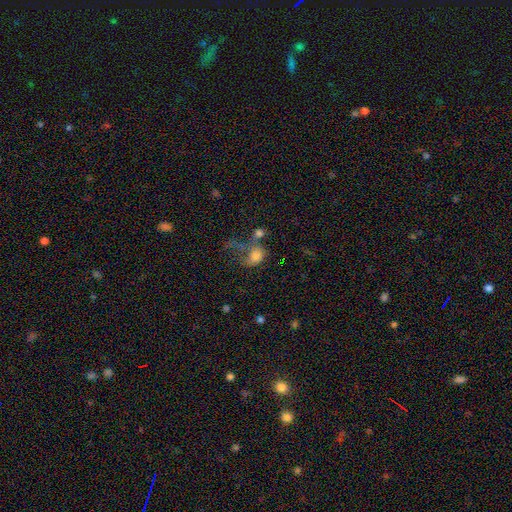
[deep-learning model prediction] This is likely a smooth galaxy (64%). How rounded: possibly in between (53%). Merging: marginally major disturbance (43%).